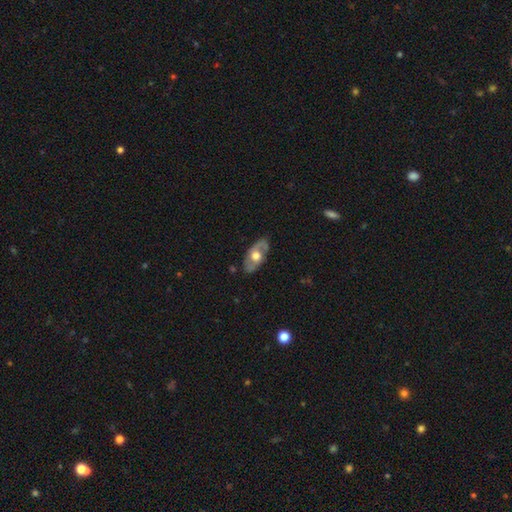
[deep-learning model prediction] featured or disk 57%, smooth 38%, star or artifact 5%. Down the decision tree: edge-on disk — no (82%); merging — none (79%).